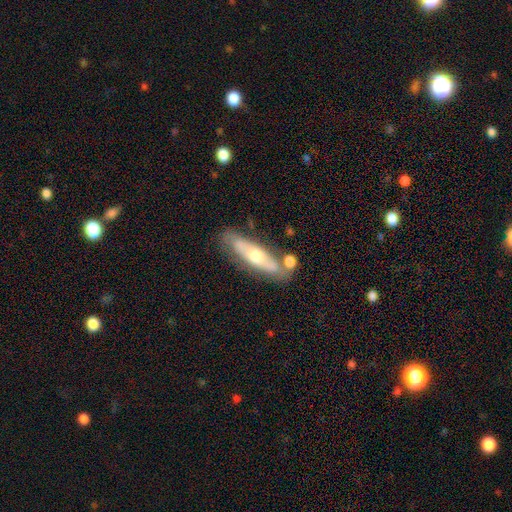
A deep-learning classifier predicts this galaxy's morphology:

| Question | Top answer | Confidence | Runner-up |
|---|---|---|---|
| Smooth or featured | featured or disk | 55% | smooth (38%) |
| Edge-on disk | yes | 52% | no (48%) |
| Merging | none | 70% | minor disturbance (16%) |